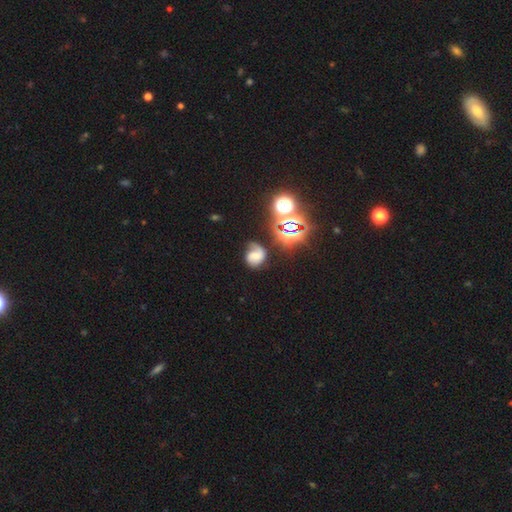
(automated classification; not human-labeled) smooth_or_featured: featured or disk (p=0.54) [alt: smooth p=0.29]
disk_edge_on: no (p=0.98) [alt: yes p=0.02]
bar: no (p=0.46) [alt: weak p=0.39]
has_spiral_arms: yes (p=0.88) [alt: no p=0.12]
bulge_size: none (p=0.30) [alt: small p=0.29]
merging: none (p=0.51) [alt: minor disturbance p=0.25]